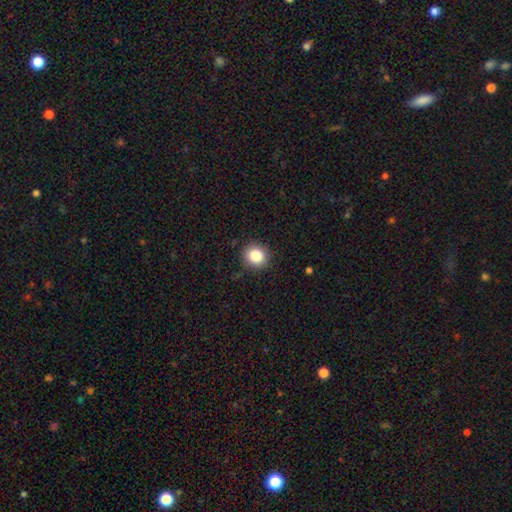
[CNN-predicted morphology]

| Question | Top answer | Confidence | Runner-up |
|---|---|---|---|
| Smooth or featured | smooth | 85% | star or artifact (10%) |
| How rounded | round | 83% | in between (16%) |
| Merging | none | 87% | minor disturbance (9%) |